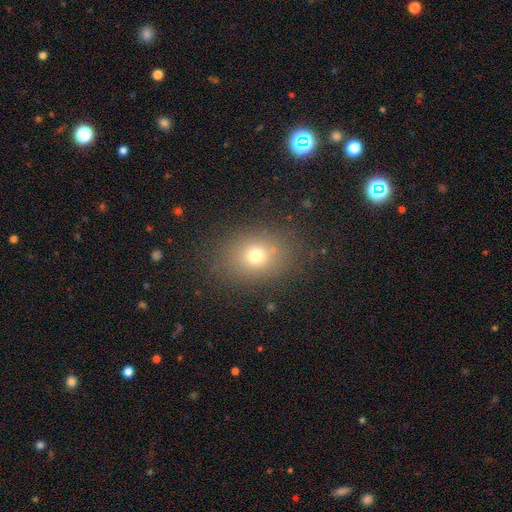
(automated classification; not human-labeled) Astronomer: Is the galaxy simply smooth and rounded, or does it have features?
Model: smooth — 70%.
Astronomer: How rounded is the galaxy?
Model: round — 52% (runner-up: in between, 47%).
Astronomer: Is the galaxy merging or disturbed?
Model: none — 82%.